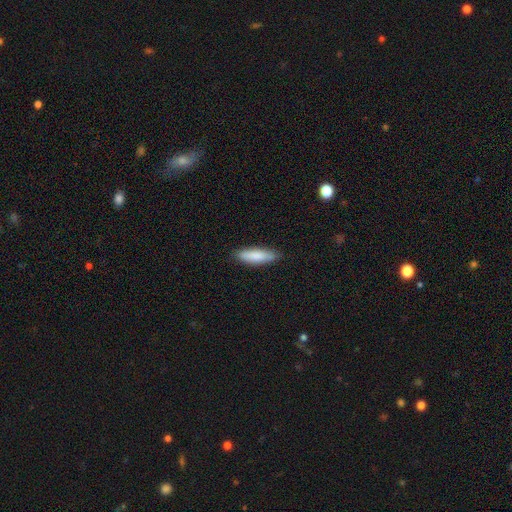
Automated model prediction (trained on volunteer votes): A smooth galaxy with no disk features (82%) that is cigar-shaped (66%).

Vote fractions:
- Smooth or featured? smooth: 82% / featured or disk: 12% / star or artifact: 5%
- How rounded? cigar-shaped: 66% / in between: 33% / round: 1%
- Merging? none: 85% / minor disturbance: 12% / major disturbance: 2% / merger: 1%